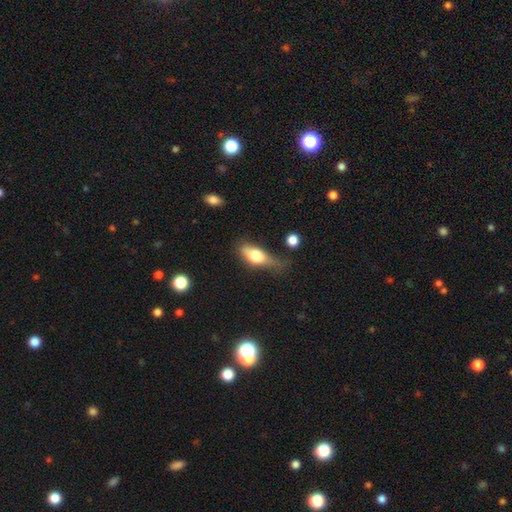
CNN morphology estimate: Smooth or featured?
  - smooth: 67% *
  - featured or disk: 26%
  - star or artifact: 8%
How rounded?
  - in between: 73% *
  - cigar-shaped: 19%
  - round: 7%
Merging?
  - none: 40% *
  - minor disturbance: 34%
  - major disturbance: 20%
  - merger: 6%